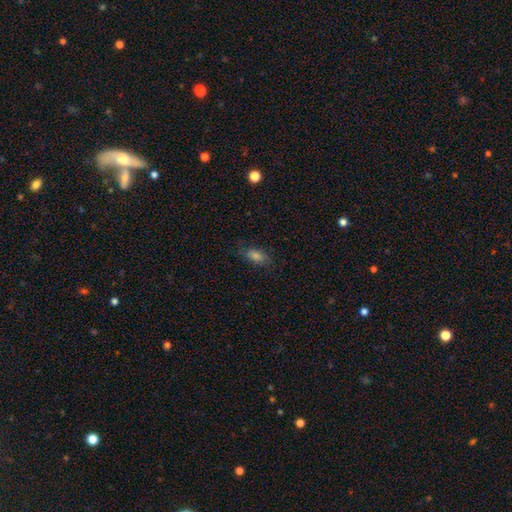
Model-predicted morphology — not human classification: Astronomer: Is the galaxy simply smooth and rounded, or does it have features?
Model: smooth — 68%.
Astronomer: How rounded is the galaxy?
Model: in between — 78%.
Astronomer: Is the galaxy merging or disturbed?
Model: none — 80%.